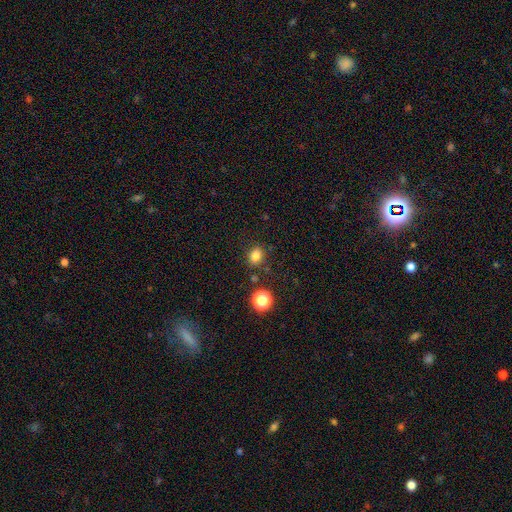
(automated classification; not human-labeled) This appears to be a smooth galaxy with no disk features (81%) that is in between round and cigar-shaped (56%). Merging: none (81%).